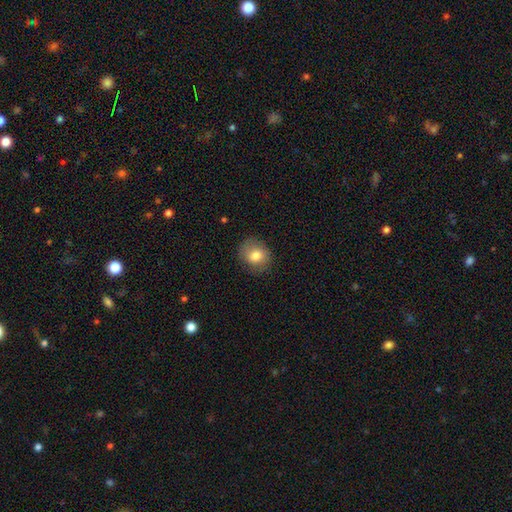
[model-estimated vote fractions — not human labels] A smooth galaxy with no disk features (76%) that is round (73%). Merging: none (82%).